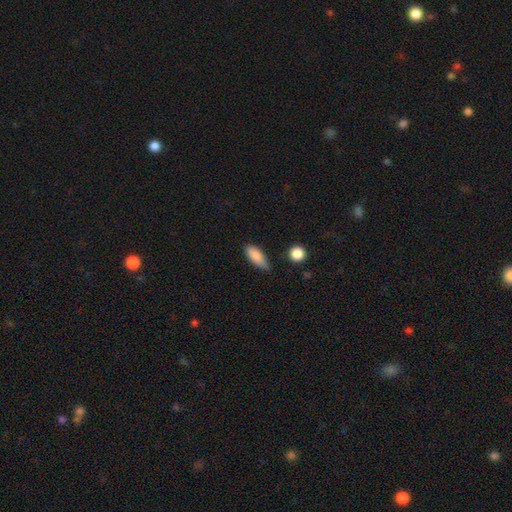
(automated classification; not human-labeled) Smooth or featured? Predicted: smooth (p=0.86). How rounded? Predicted: in between (p=0.78). Merging? Predicted: none (p=0.58).